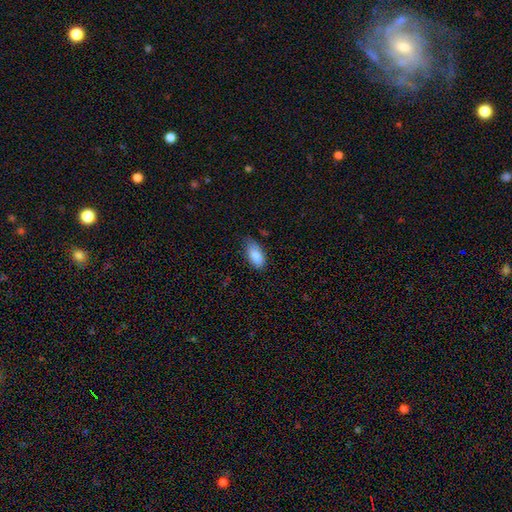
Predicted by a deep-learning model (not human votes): smooth 87%, featured or disk 7%, star or artifact 6%. Down the decision tree: how rounded — in between (92%); merging — none (62%).